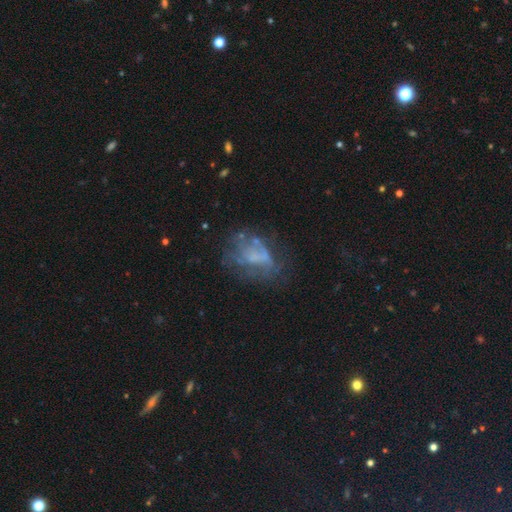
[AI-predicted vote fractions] Morphology: type=featured or disk (50%); edge-on=no (97%); merging=none (46%).